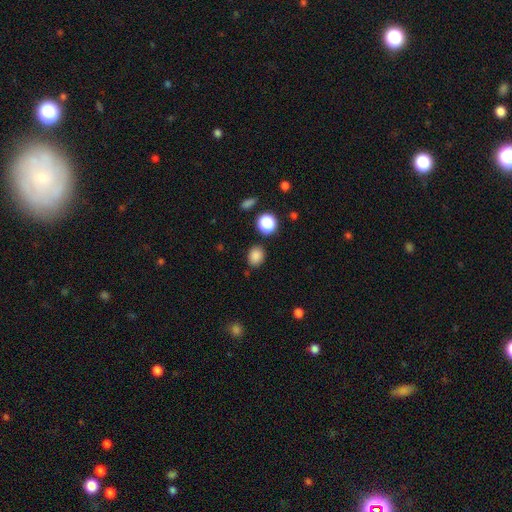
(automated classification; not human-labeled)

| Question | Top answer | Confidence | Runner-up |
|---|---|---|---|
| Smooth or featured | smooth | 84% | star or artifact (12%) |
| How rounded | round | 55% | in between (44%) |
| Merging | none | 83% | minor disturbance (10%) |